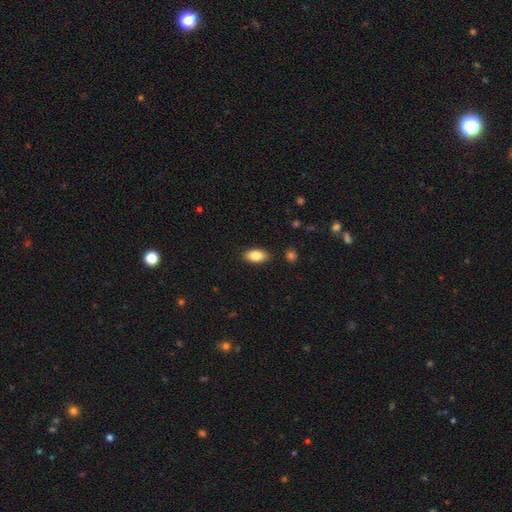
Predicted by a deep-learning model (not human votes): smooth_or_featured: smooth (p=0.83) [alt: featured or disk p=0.10]
how_rounded: in between (p=0.91) [alt: cigar-shaped p=0.05]
merging: none (p=0.88) [alt: minor disturbance p=0.09]